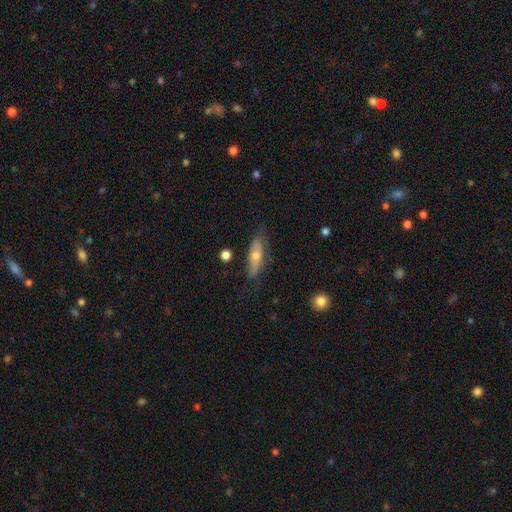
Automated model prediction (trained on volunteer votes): The model was most divided on "how rounded": cigar-shaped: 51%, in between: 46%, round: 3%. More confident: merging — none (72%); smooth or featured — smooth (56%).